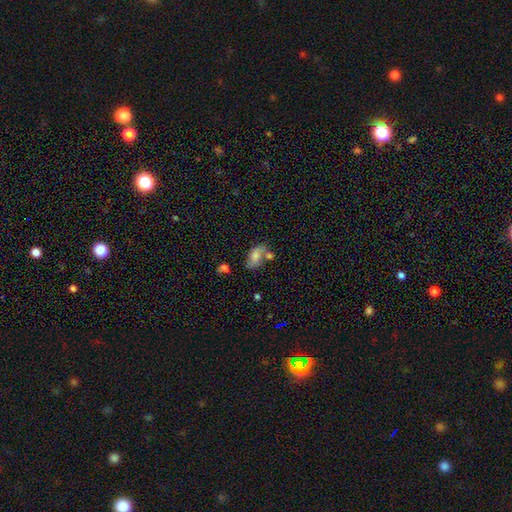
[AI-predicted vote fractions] smooth-or-featured: smooth: 62% | featured or disk: 29% | star or artifact: 10%
  how-rounded: in between: 89% | round: 8% | cigar-shaped: 4%
  merging: none: 42% | merger: 27% | minor disturbance: 21% | major disturbance: 10%